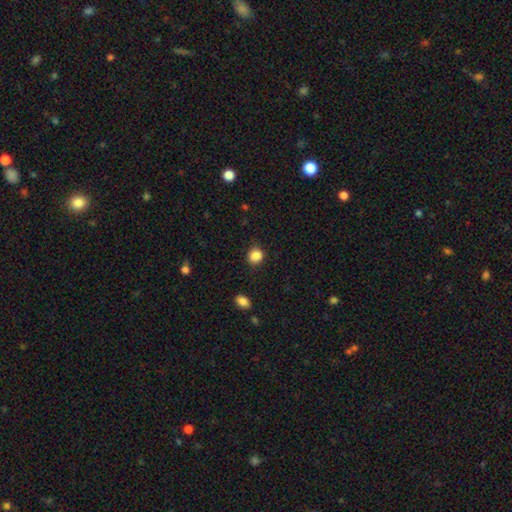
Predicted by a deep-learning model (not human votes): smooth_or_featured: smooth (p=0.87) [alt: star or artifact p=0.10]
how_rounded: round (p=0.74) [alt: in between p=0.25]
merging: none (p=0.82) [alt: minor disturbance p=0.13]